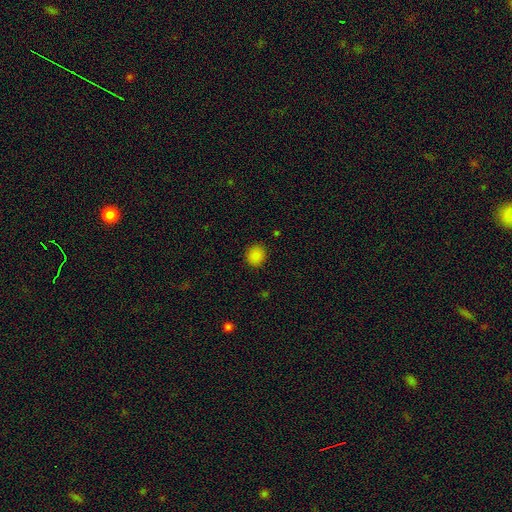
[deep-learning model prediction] Smooth or featured? smooth (86%)
How rounded? round (82%)
Merging? none (89%)